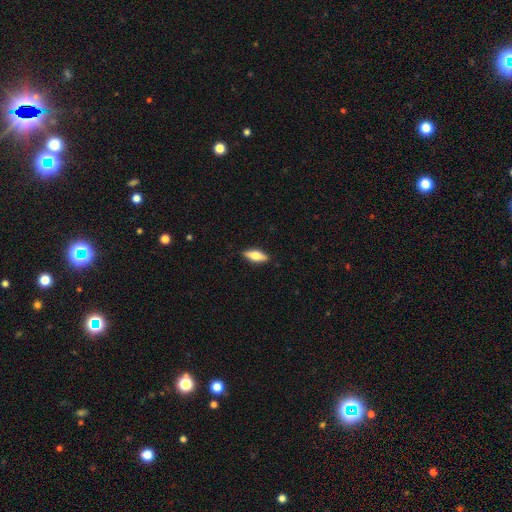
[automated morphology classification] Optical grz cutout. It shows a smooth galaxy with no disk features (59%) that is in between round and cigar-shaped (67%). Merging: none (89%).